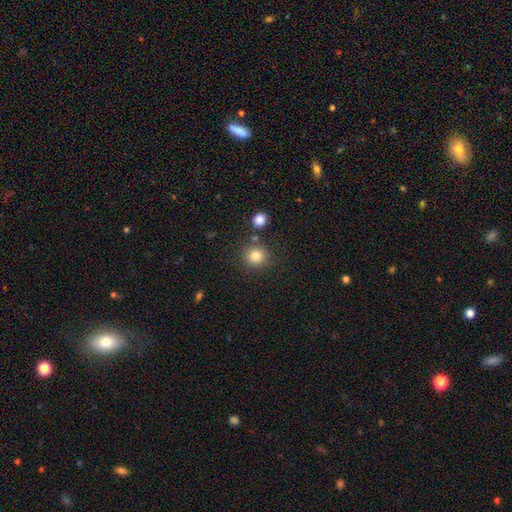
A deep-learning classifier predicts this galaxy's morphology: smooth 82%, star or artifact 12%, featured or disk 6%. Down the decision tree: how rounded — round (90%); merging — none (81%).